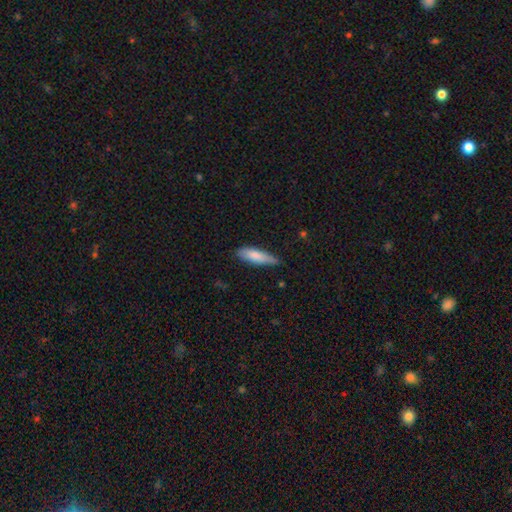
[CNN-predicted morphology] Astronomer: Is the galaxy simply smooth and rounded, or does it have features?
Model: smooth — 81%.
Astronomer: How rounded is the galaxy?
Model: cigar-shaped — 54% (runner-up: in between, 45%).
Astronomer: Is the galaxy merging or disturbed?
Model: none — 63%.